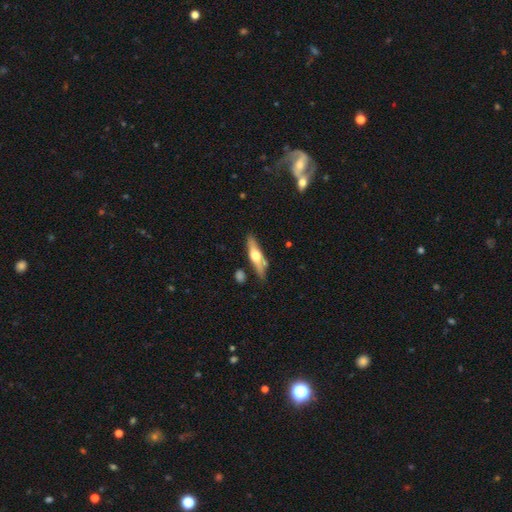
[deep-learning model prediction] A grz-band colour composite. It shows a featured or disk galaxy (55%) viewed edge-on (90%). Merging: none (74%).